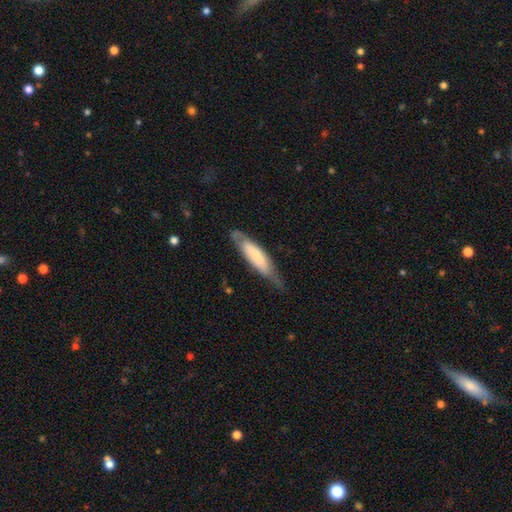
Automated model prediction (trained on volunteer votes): Q: Smooth or featured?
A: smooth (57%); runner-up: featured or disk (37%)
Q: How rounded?
A: cigar-shaped (64%); runner-up: in between (35%)
Q: Merging?
A: none (62%); runner-up: minor disturbance (27%)